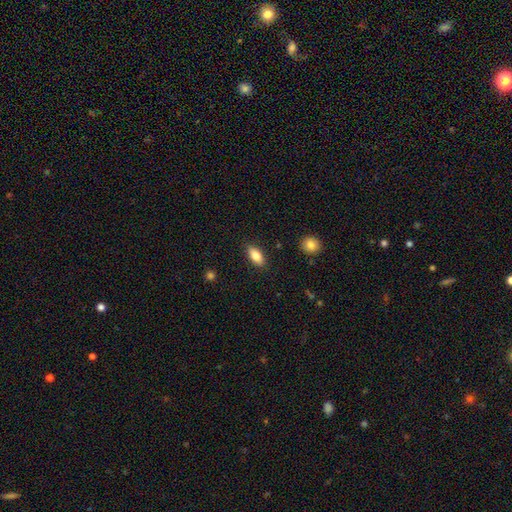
This appears to be a smooth galaxy with no disk features (74%) that is in between round and cigar-shaped (83%). Merging: none (94%).